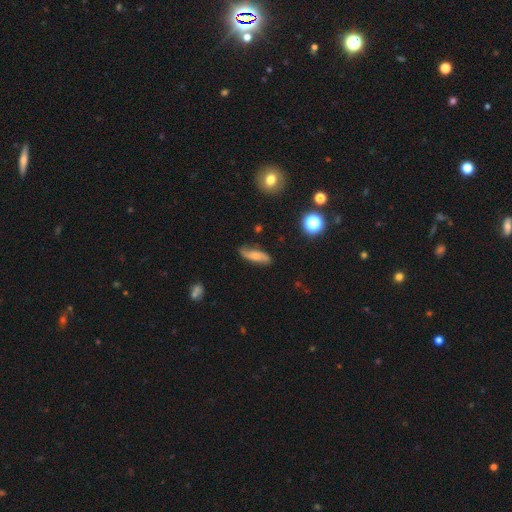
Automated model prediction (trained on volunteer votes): Smooth or featured? featured or disk (48%)
Merging? none (76%)